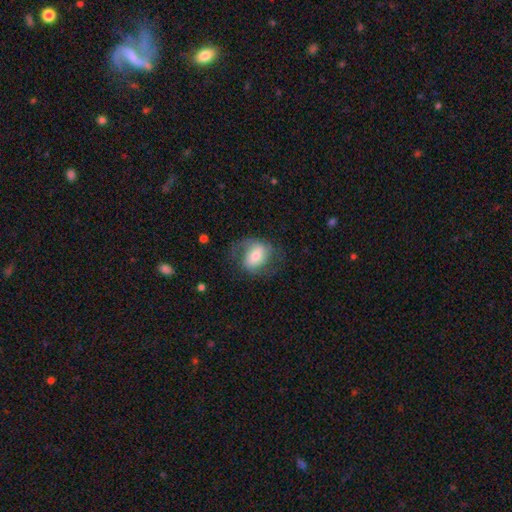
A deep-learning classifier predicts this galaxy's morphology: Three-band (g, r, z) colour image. It shows a featured or disk galaxy (50%). Merging: none (57%).